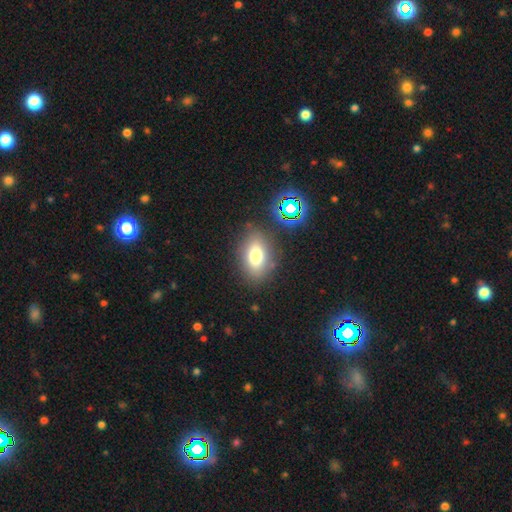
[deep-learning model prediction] Smooth or featured? smooth (73%)
How rounded? in between (83%)
Merging? none (82%)